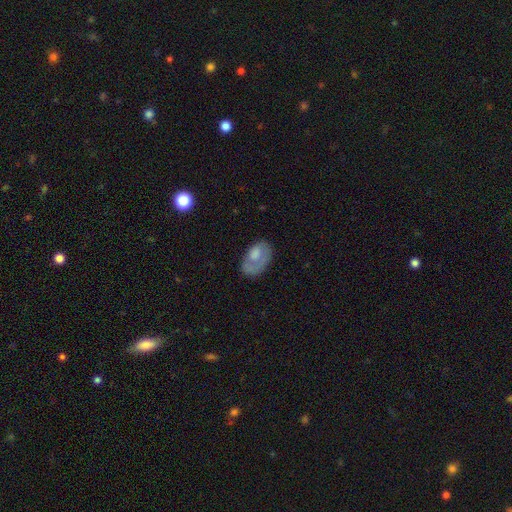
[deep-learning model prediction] Smooth or featured: smooth — 60% (featured or disk — 33%)
How rounded: in between — 91% (round — 8%)
Merging: none — 44% (minor disturbance — 27%)